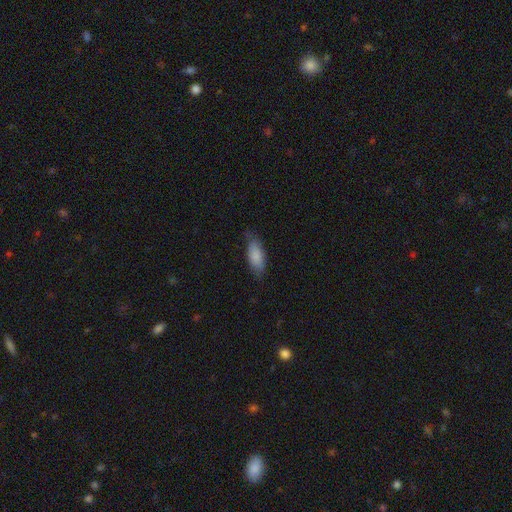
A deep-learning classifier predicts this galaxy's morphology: Smooth or featured? smooth (84%)
How rounded? in between (81%)
Merging? none (70%)